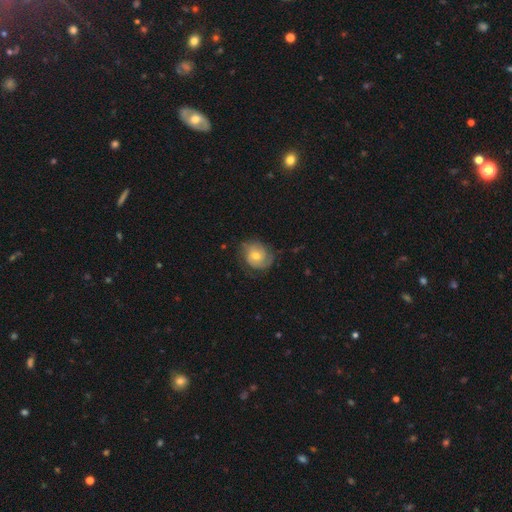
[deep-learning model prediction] Smooth or featured: featured or disk — 65% (smooth — 29%)
Edge-on disk: no — 97% (yes — 3%)
Bar: no — 71% (weak — 25%)
Spiral arms: yes — 88% (no — 12%)
Spiral winding: tight — 54% (medium — 33%)
Spiral arm count: 2 — 51% (can't tell — 23%)
Bulge size: moderate — 67% (small — 27%)
Merging: none — 68% (minor disturbance — 22%)